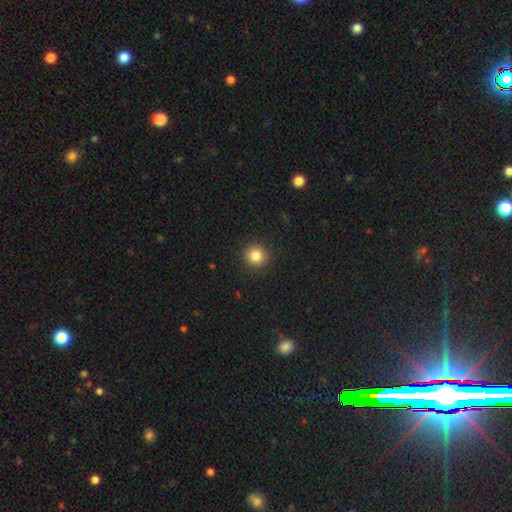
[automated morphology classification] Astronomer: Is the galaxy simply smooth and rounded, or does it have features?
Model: smooth — 84%.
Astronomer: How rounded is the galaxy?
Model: round — 94%.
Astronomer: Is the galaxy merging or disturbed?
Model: none — 92%.